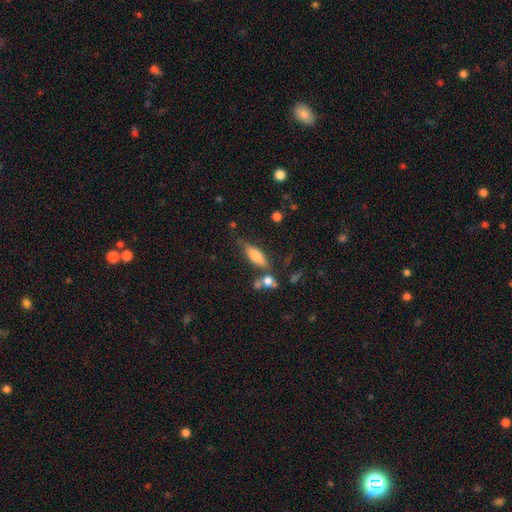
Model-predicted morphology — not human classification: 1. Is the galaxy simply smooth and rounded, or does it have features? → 67% smooth, 25% featured or disk, 8% star or artifact.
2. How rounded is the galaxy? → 56% in between, 41% cigar-shaped, 3% round.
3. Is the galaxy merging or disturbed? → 62% none, 18% minor disturbance, 14% merger, 6% major disturbance.